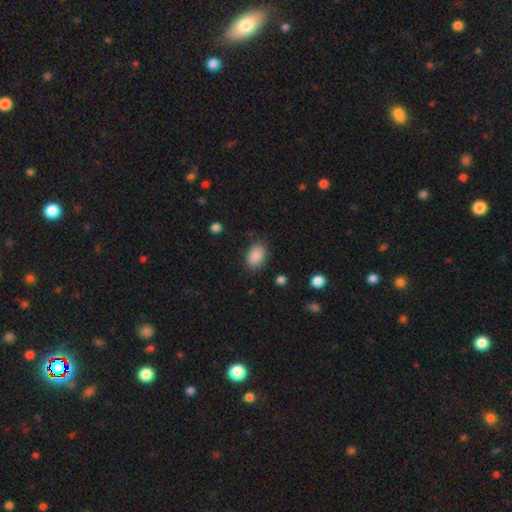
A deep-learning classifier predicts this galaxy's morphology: Smooth or featured: smooth — 88% (star or artifact — 8%)
How rounded: in between — 85% (round — 14%)
Merging: none — 85% (minor disturbance — 11%)